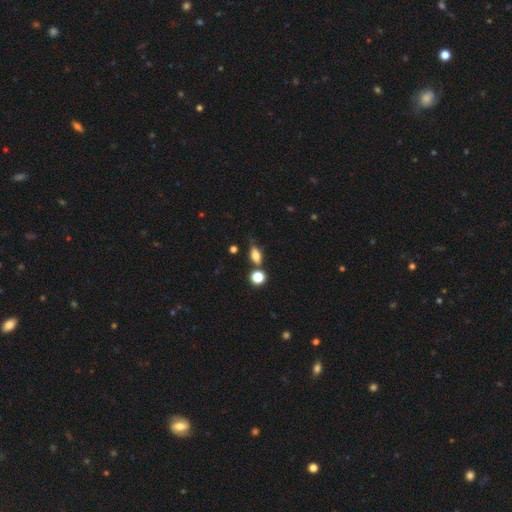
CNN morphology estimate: A smooth galaxy with no disk features (73%) that is in between round and cigar-shaped (74%).

Vote fractions:
- Smooth or featured? smooth: 73% / featured or disk: 14% / star or artifact: 13%
- How rounded? in between: 74% / round: 15% / cigar-shaped: 10%
- Merging? none: 60% / minor disturbance: 21% / merger: 13% / major disturbance: 7%